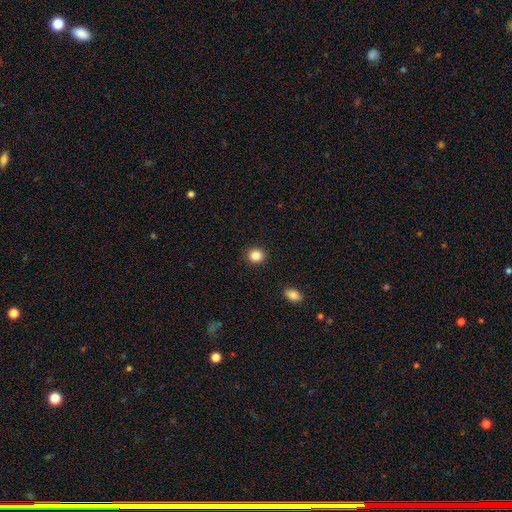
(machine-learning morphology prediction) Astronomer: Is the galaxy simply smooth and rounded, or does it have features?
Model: smooth — 86%.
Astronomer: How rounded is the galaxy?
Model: round — 86%.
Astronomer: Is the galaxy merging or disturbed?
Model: none — 92%.